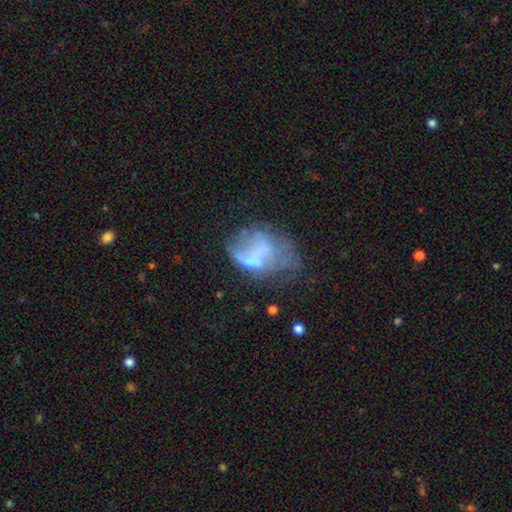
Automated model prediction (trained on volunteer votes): Smooth or featured: featured or disk — 54% (smooth — 34%)
Edge-on disk: no — 98% (yes — 2%)
Bar: no — 76% (weak — 18%)
Spiral arms: no — 81% (yes — 19%)
Bulge size: none — 57% (moderate — 18%)
Merging: major disturbance — 37% (none — 27%)